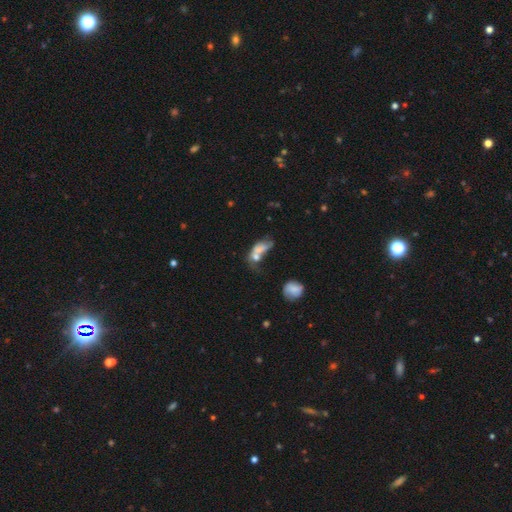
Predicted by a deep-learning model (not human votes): smooth 46%, featured or disk 27%, star or artifact 27%. Down the decision tree: merging — merger (37%, tied with none).